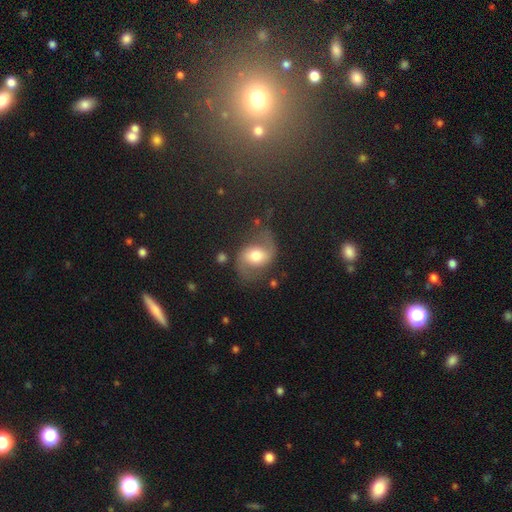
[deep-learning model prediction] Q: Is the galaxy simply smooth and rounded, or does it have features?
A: featured or disk — 71%.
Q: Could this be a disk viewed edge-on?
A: no — 97%.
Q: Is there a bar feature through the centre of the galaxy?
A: no — 43%.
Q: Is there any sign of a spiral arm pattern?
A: yes — 89%.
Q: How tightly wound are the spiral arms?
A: loose — 54%.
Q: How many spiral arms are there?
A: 2 — 92%.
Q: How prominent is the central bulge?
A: moderate — 62%.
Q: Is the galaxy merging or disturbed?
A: none — 64%.